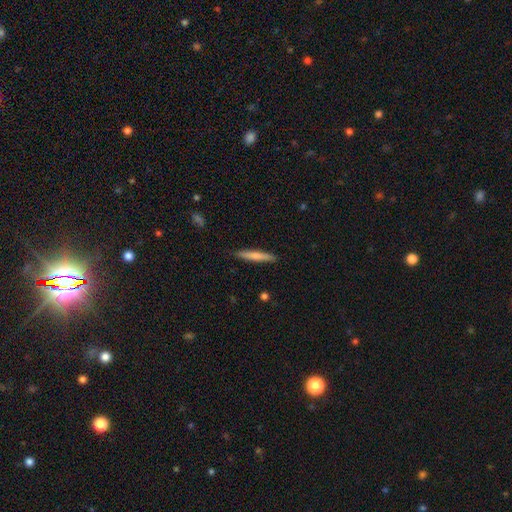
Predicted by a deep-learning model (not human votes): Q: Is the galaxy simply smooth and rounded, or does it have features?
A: smooth — 66%.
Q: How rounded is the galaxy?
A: cigar-shaped — 94%.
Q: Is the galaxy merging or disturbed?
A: none — 88%.